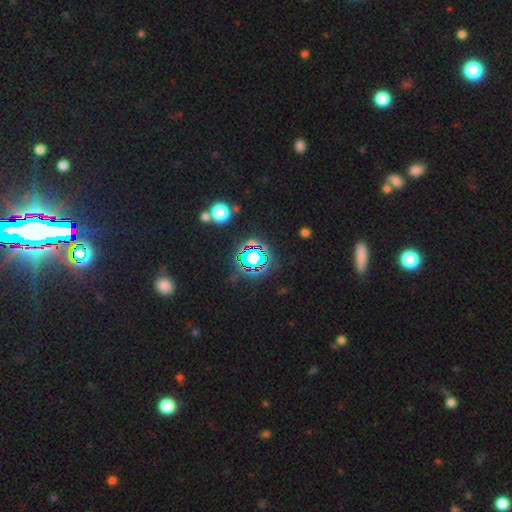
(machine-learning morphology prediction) Smooth or featured? star or artifact (77%)